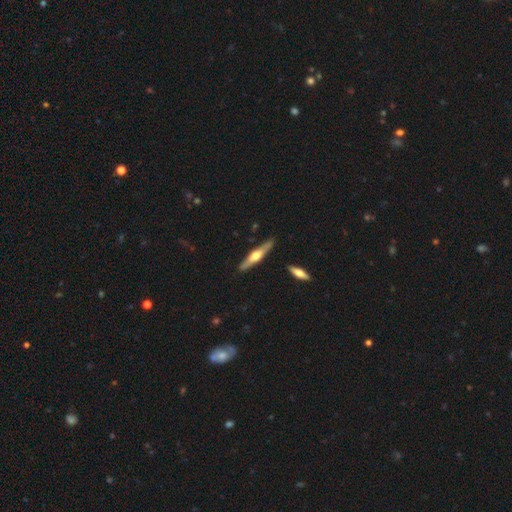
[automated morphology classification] featured or disk 64%, smooth 31%, star or artifact 5%. Down the decision tree: edge-on disk — yes (95%); edge-on bulge — rounded (92%); merging — none (87%).